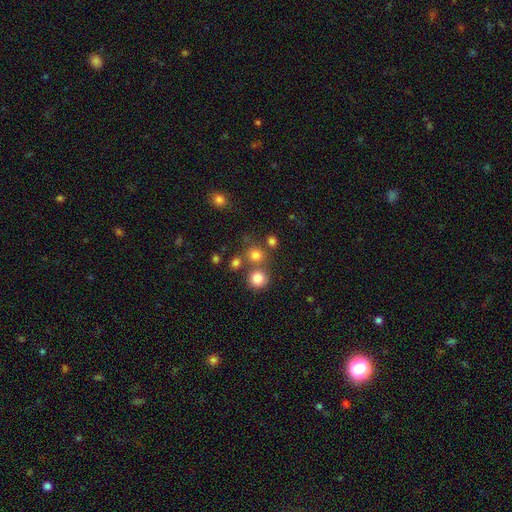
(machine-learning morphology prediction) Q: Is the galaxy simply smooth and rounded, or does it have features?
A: smooth — 74%.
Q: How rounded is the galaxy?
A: round — 90%.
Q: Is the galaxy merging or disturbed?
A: none — 68%.